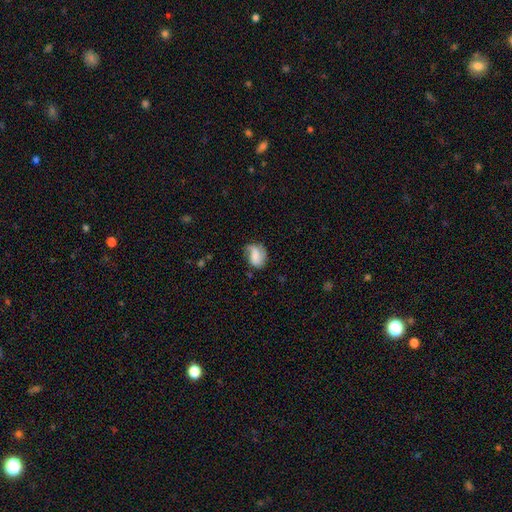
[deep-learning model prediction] smooth-or-featured: smooth: 51% | featured or disk: 41% | star or artifact: 8%
  how-rounded: in between: 69% | round: 29% | cigar-shaped: 2%
  merging: none: 41% | minor disturbance: 31% | major disturbance: 25% | merger: 3%